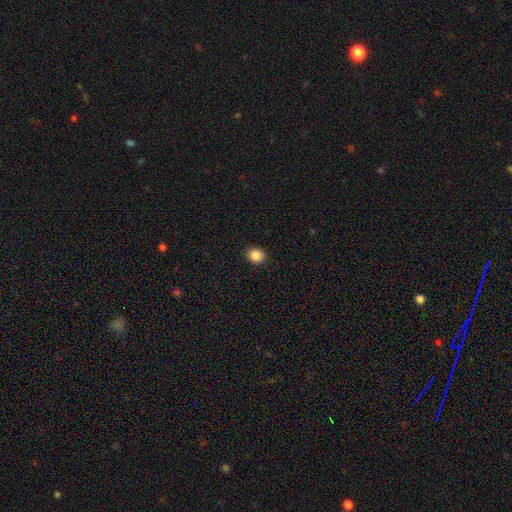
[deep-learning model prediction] A smooth galaxy with no disk features (87%) that is round (72%).

Vote fractions:
- Smooth or featured? smooth: 87% / star or artifact: 10% / featured or disk: 3%
- How rounded? round: 72% / in between: 27% / cigar-shaped: 1%
- Merging? none: 91% / minor disturbance: 6% / major disturbance: 2% / merger: 1%